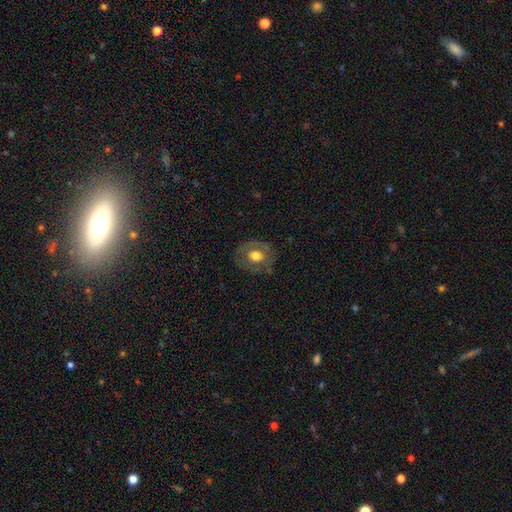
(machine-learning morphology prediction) Overall: smooth (49%; featured or disk 44%). Merging: none (72%).